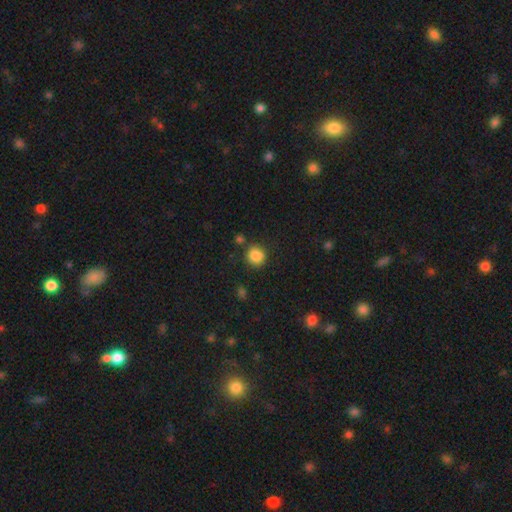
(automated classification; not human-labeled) Overall: smooth (86%). How rounded: round (85%). Merging: none (79%).